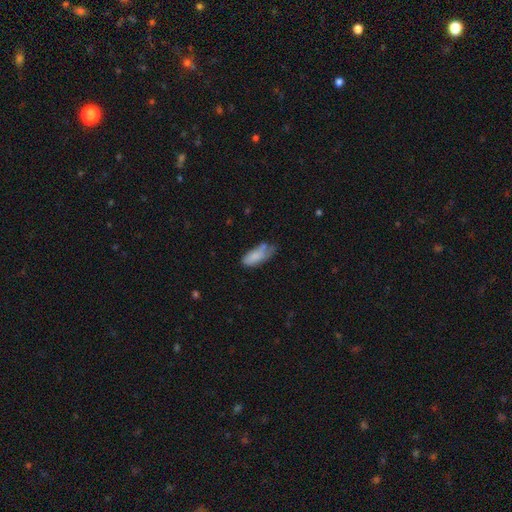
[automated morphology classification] A smooth galaxy with no disk features (80%) that is in between round and cigar-shaped (78%). Merging: minor disturbance (38%).